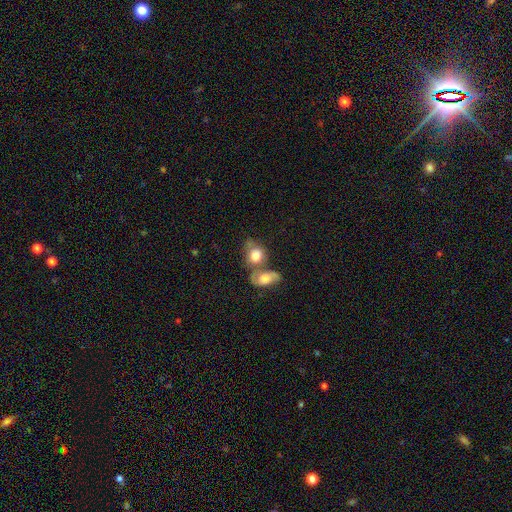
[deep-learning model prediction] Smooth or featured: smooth — 73% (featured or disk — 20%)
How rounded: in between — 60% (round — 38%)
Merging: merger — 50% (none — 28%)